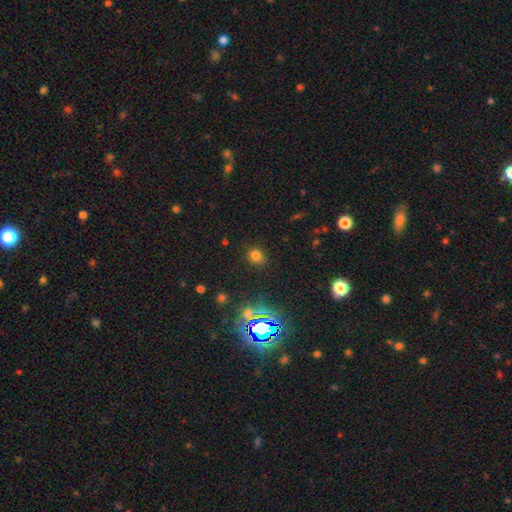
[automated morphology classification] This appears to be a smooth galaxy with no disk features (72%) that is round (76%). Merging: none (84%).